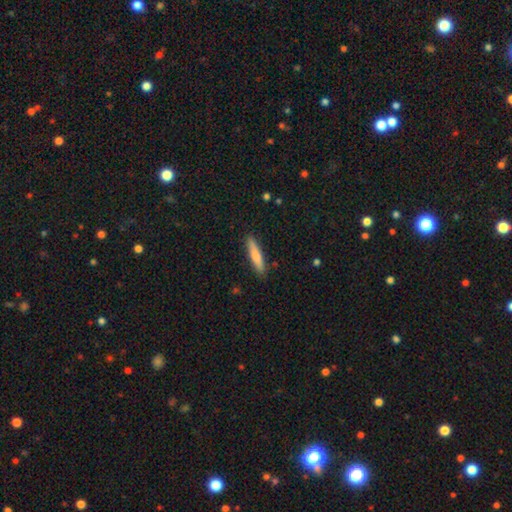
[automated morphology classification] This is likely a smooth galaxy (69%). How rounded: clearly cigar-shaped (87%). Merging: clearly none (89%).